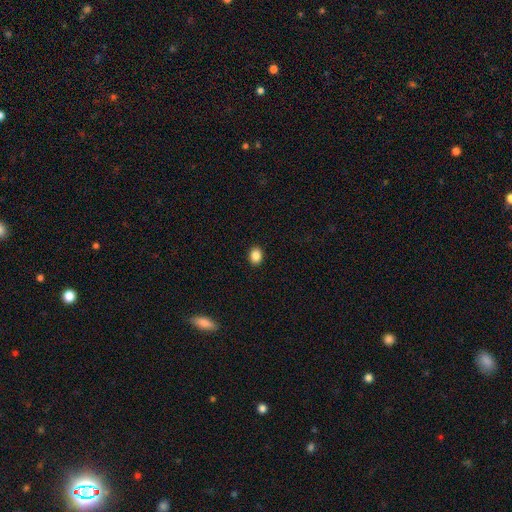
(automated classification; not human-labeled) Morphology: type=smooth (87%); roundness=in between (53%); merging=none (91%).